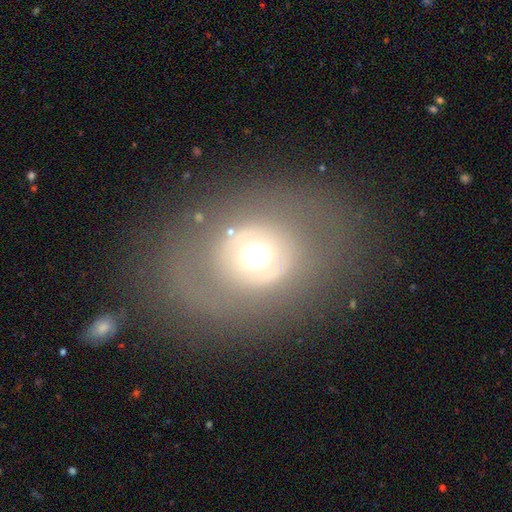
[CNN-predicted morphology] A featured or disk galaxy (48%). Merging: none (76%).